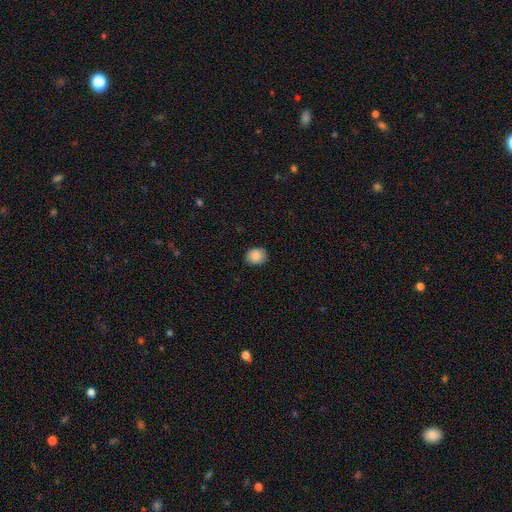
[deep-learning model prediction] smooth_or_featured: smooth (p=0.87) [alt: star or artifact p=0.08]
how_rounded: round (p=0.53) [alt: in between p=0.46]
merging: none (p=0.87) [alt: minor disturbance p=0.10]